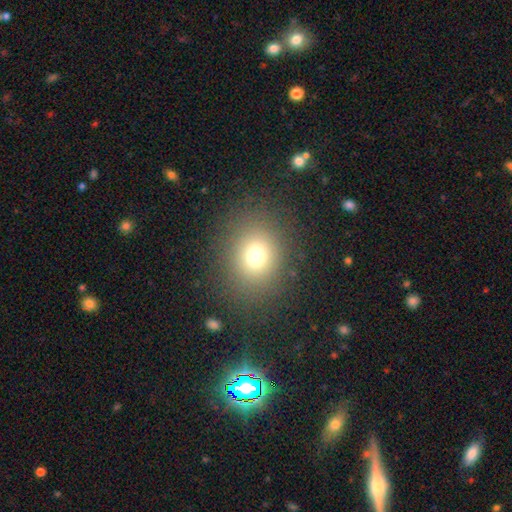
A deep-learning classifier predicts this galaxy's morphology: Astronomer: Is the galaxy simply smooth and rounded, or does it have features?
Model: smooth — 71%.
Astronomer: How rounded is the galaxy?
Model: round — 73%.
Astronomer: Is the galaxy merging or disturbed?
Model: none — 85%.